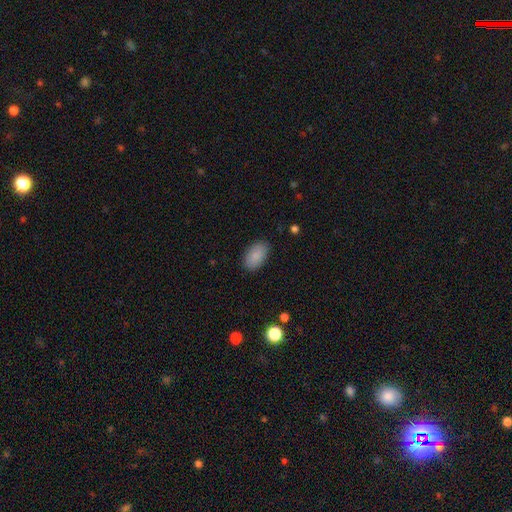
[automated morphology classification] Overall: smooth (88%). How rounded: in between (94%). Merging: none (87%).